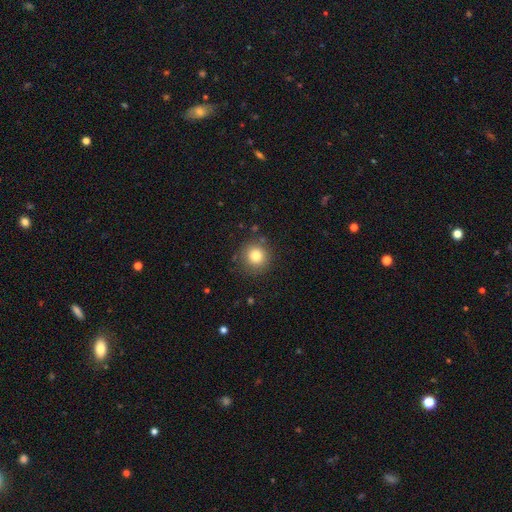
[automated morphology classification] type=smooth (80%); roundness=round (94%); merging=none (86%).